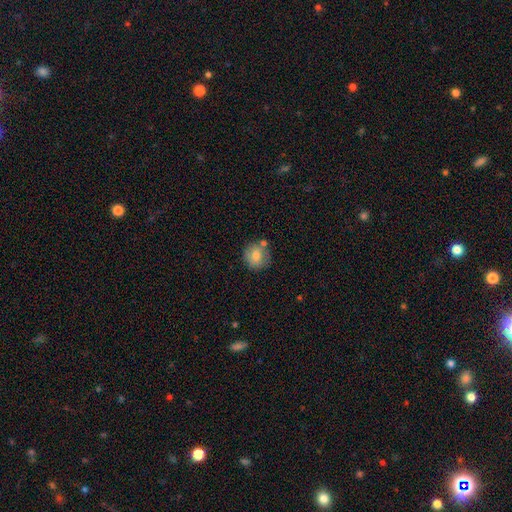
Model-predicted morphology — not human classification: Overall: smooth (77%). How rounded: round (86%). Merging: none (68%).